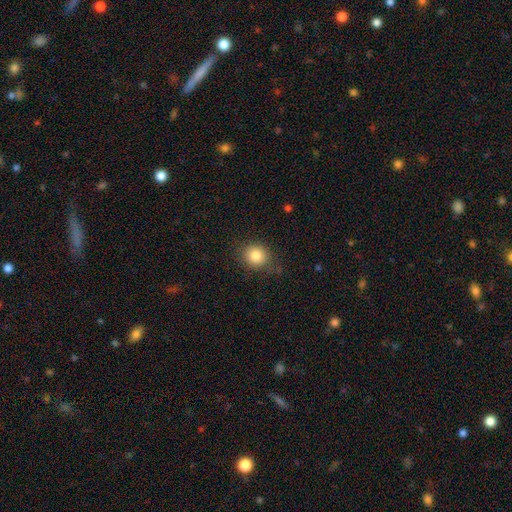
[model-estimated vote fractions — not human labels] smooth 82%, star or artifact 10%, featured or disk 7%. Down the decision tree: how rounded — round (80%); merging — none (78%).